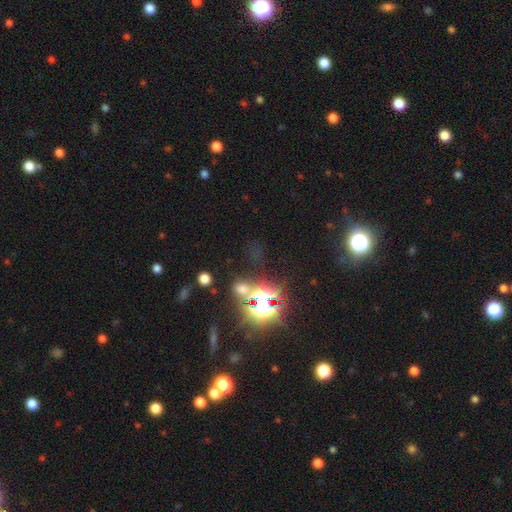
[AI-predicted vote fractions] This appears to be a star or artifact, not a galaxy (76%).